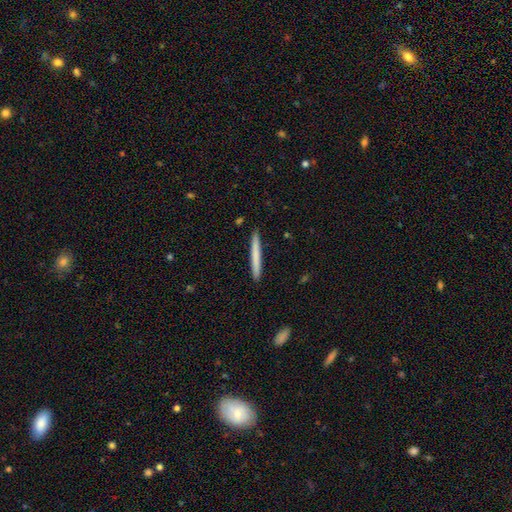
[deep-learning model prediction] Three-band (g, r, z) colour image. It shows a smooth galaxy with no disk features (71%) that is cigar-shaped (97%). Merging: none (93%).